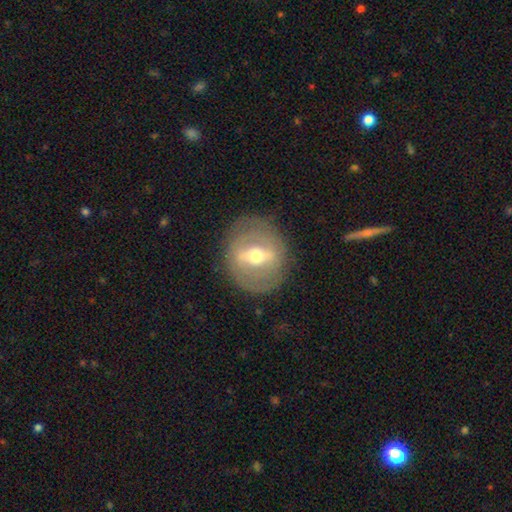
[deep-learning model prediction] A featured or disk galaxy (69%) with a strong bar (57%), no spiral arms (65%) and a moderate central bulge (71%). Merging: none (82%).